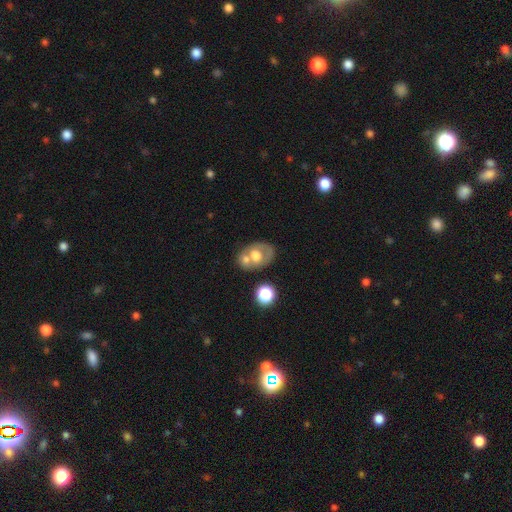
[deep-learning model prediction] Morphology: type=smooth (48%); merging=none (40%).